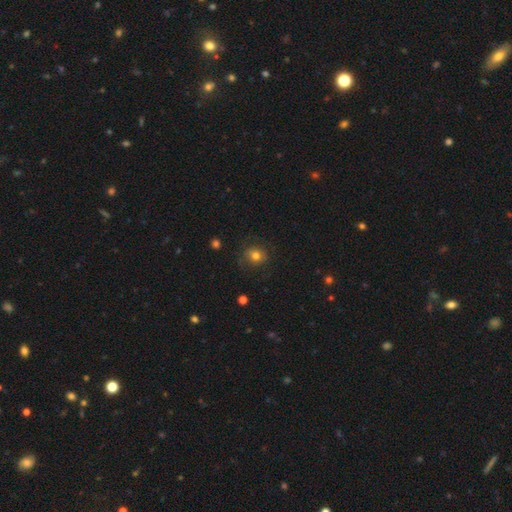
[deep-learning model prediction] Morphology: type=smooth (75%); roundness=round (76%); merging=none (79%).